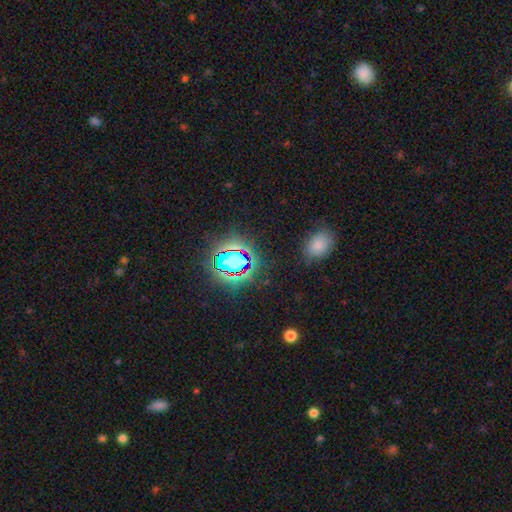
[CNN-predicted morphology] star or artifact 70%, smooth 22%, featured or disk 9%.